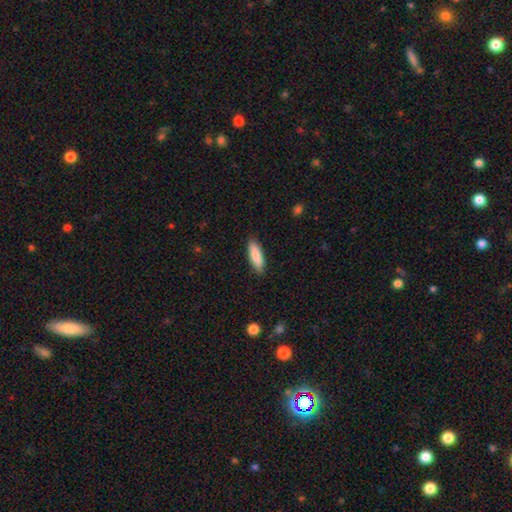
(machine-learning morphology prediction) Smooth or featured? Predicted: smooth (p=0.84). How rounded? Predicted: cigar-shaped (p=0.55). Merging? Predicted: none (p=0.88).